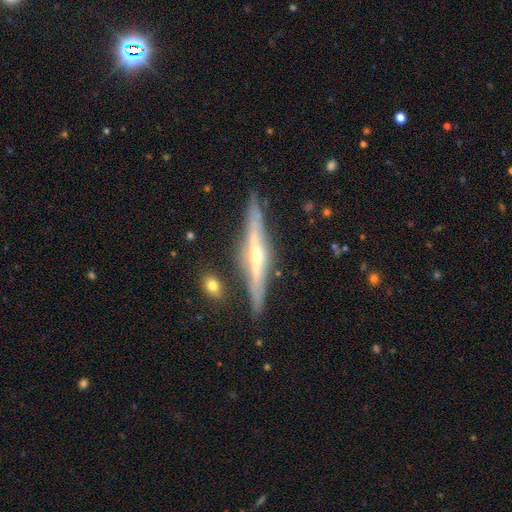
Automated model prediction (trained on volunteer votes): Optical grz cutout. It shows a featured or disk galaxy (80%) viewed edge-on (96%) with a rounded central bulge (73%). Merging: none (84%).